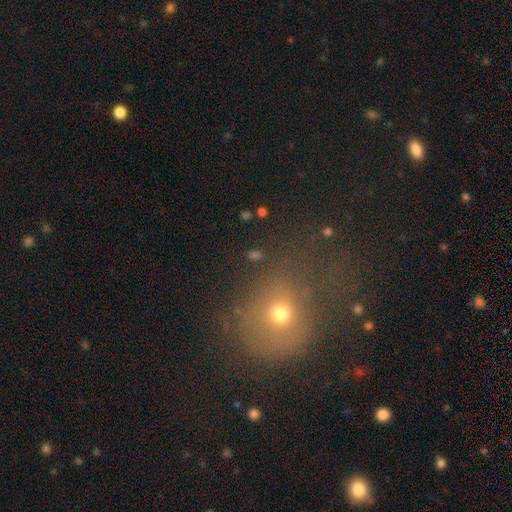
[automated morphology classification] Overall: smooth (51%; star or artifact 34%). How rounded: round (67%; in between 31%). Merging: none (68%).